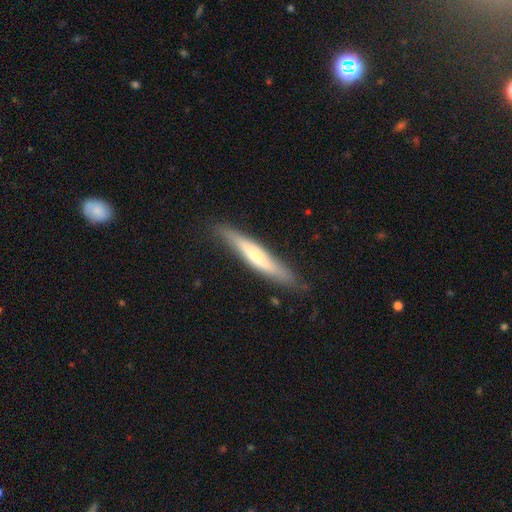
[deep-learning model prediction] A smooth galaxy with no disk features (49%).

Vote fractions:
- Smooth or featured? smooth: 49% / featured or disk: 46% / star or artifact: 6%
- Merging? none: 82% / minor disturbance: 14% / major disturbance: 3% / merger: 1%